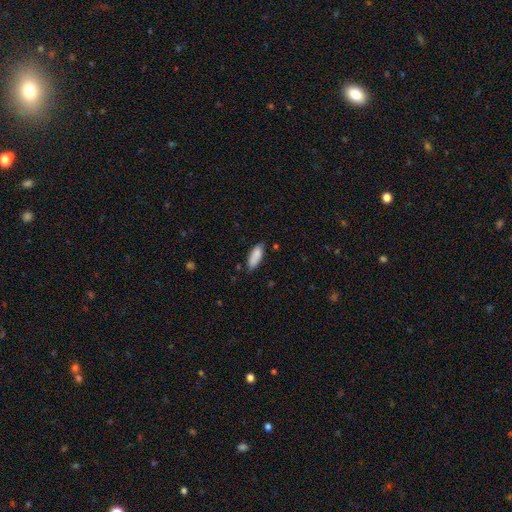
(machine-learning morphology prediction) Overall: smooth (86%). How rounded: in between (73%). Merging: none (75%).